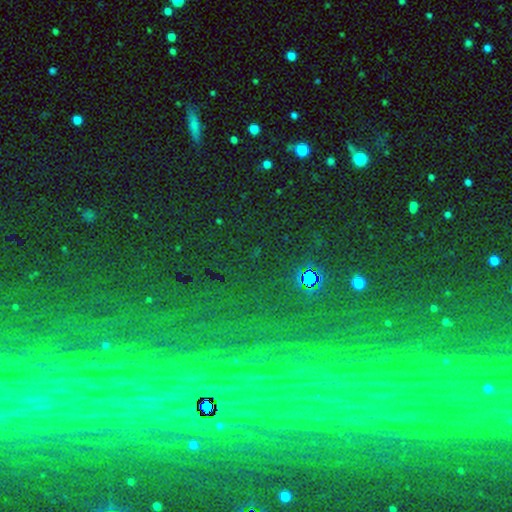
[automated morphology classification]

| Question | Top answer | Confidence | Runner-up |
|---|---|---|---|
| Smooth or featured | star or artifact | 78% | smooth (12%) |